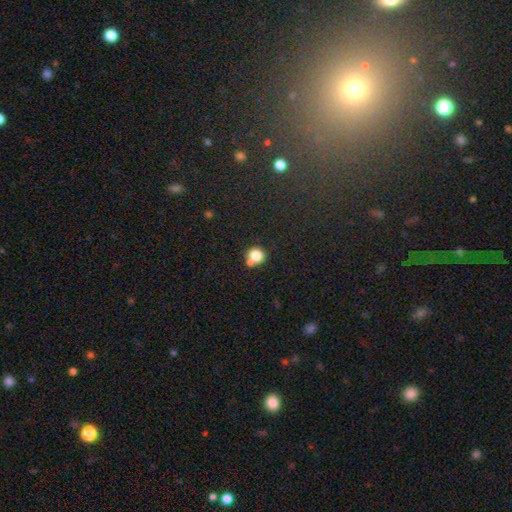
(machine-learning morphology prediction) The model was most divided on "merging": none: 57%, merger: 29%, minor disturbance: 10%, major disturbance: 3%. More confident: how rounded — round (88%); smooth or featured — smooth (80%).